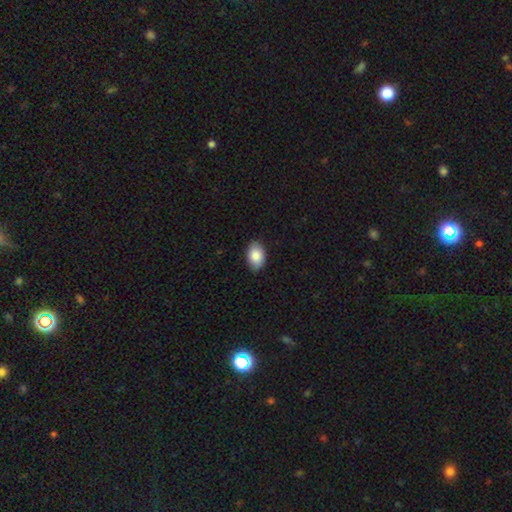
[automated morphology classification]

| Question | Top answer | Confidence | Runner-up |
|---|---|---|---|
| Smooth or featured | smooth | 87% | featured or disk (7%) |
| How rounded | in between | 90% | round (9%) |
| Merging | none | 88% | minor disturbance (9%) |